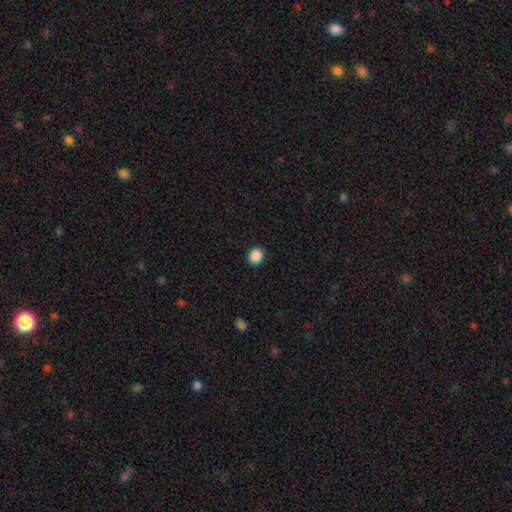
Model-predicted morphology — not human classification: Smooth or featured?
  - smooth: 88% *
  - star or artifact: 10%
  - featured or disk: 2%
How rounded?
  - round: 87% *
  - in between: 12%
  - cigar-shaped: 1%
Merging?
  - none: 92% *
  - minor disturbance: 5%
  - major disturbance: 2%
  - merger: 1%